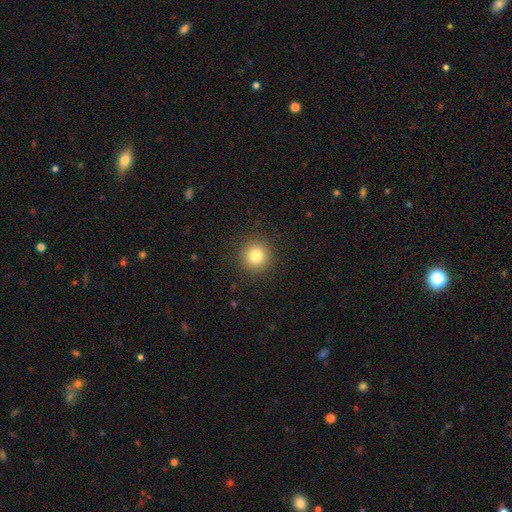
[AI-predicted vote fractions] The model was most divided on "smooth or featured": smooth: 81%, star or artifact: 12%, featured or disk: 7%. More confident: how rounded — round (94%); merging — none (91%).